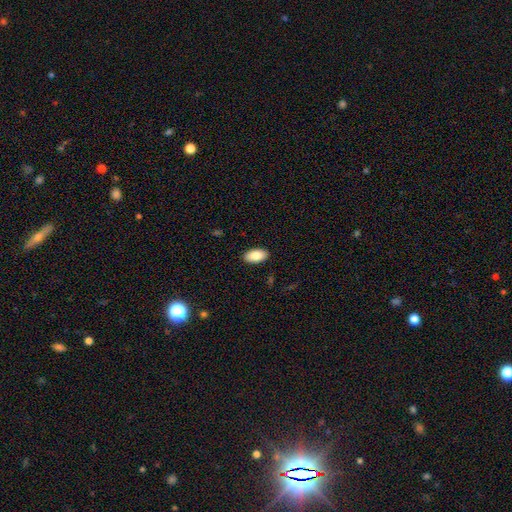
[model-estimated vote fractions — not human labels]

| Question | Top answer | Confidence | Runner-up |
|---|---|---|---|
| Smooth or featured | smooth | 83% | featured or disk (10%) |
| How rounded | in between | 94% | round (3%) |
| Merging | none | 90% | minor disturbance (7%) |